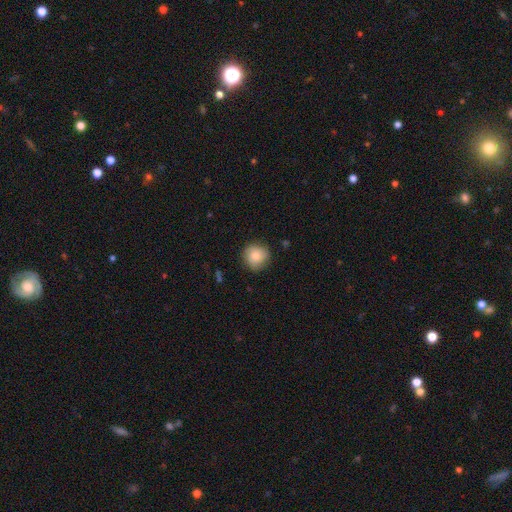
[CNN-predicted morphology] A smooth galaxy with no disk features (82%) that is round (92%). Merging: none (83%).